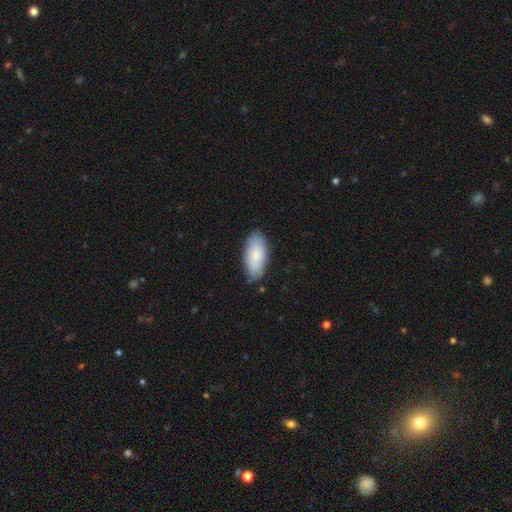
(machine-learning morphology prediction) smooth 81%, featured or disk 13%, star or artifact 6%. Down the decision tree: how rounded — in between (90%); merging — none (83%).